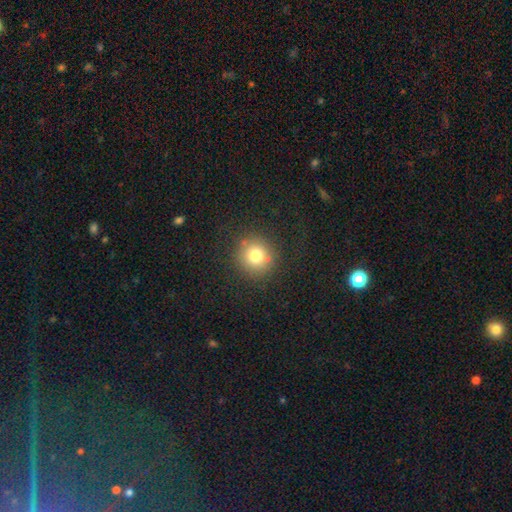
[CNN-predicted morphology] Overall: smooth (75%). How rounded: round (93%). Merging: none (84%).